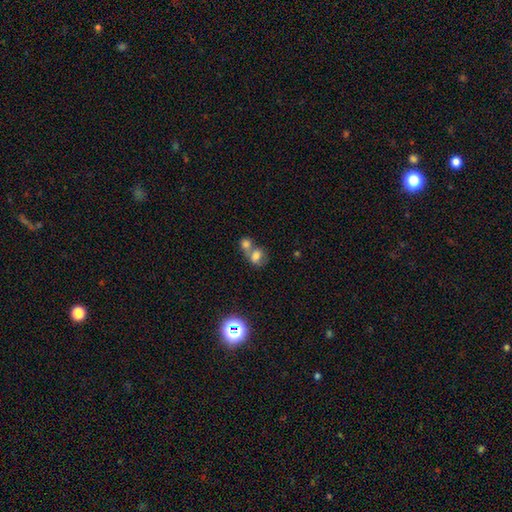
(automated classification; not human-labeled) smooth 70%, featured or disk 17%, star or artifact 13%. Down the decision tree: how rounded — round (51%); merging — merger (62%).